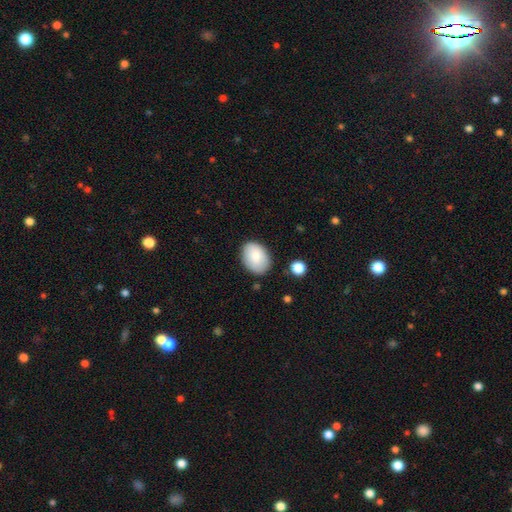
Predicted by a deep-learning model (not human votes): smooth 82%, featured or disk 11%, star or artifact 7%. Down the decision tree: how rounded — in between (78%); merging — none (81%).